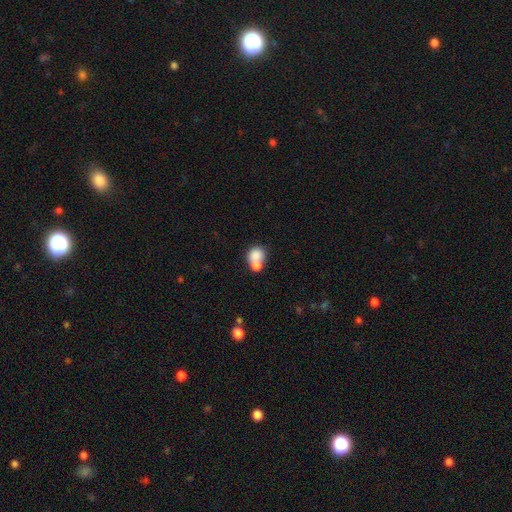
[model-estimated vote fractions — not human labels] A smooth galaxy with no disk features (77%) that is round (66%).

Vote fractions:
- Smooth or featured? smooth: 77% / featured or disk: 14% / star or artifact: 9%
- How rounded? round: 66% / in between: 33% / cigar-shaped: 1%
- Merging? merger: 59% / none: 29% / minor disturbance: 8% / major disturbance: 4%